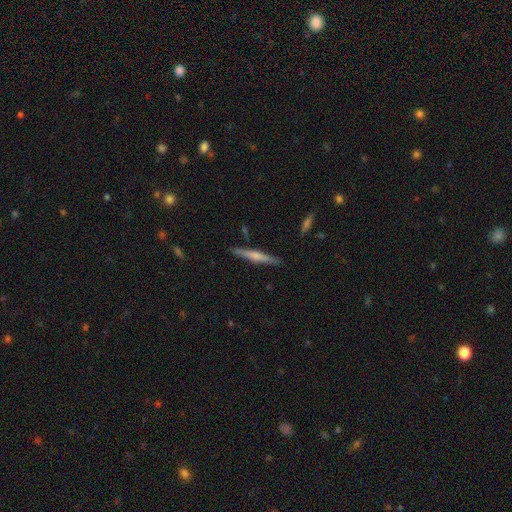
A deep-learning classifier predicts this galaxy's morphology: Overall: featured or disk (55%; smooth 39%). Edge-on disk: yes (97%). Edge-on bulge: rounded (61%; none 22%). Merging: none (89%).